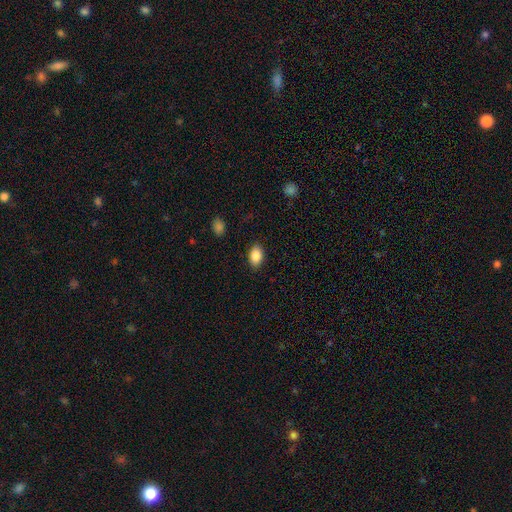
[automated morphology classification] Smooth or featured: smooth — 87% (star or artifact — 8%)
How rounded: in between — 91% (round — 8%)
Merging: none — 88% (minor disturbance — 9%)